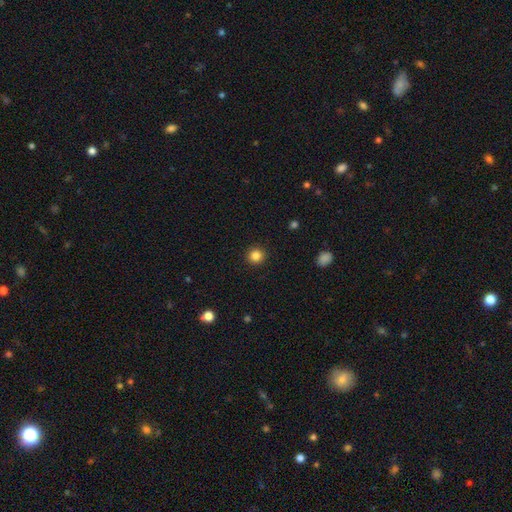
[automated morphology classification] A smooth galaxy with no disk features (85%) that is round (94%).

Vote fractions:
- Smooth or featured? smooth: 85% / star or artifact: 11% / featured or disk: 4%
- How rounded? round: 94% / in between: 5% / cigar-shaped: 1%
- Merging? none: 92% / minor disturbance: 5% / major disturbance: 2% / merger: 1%